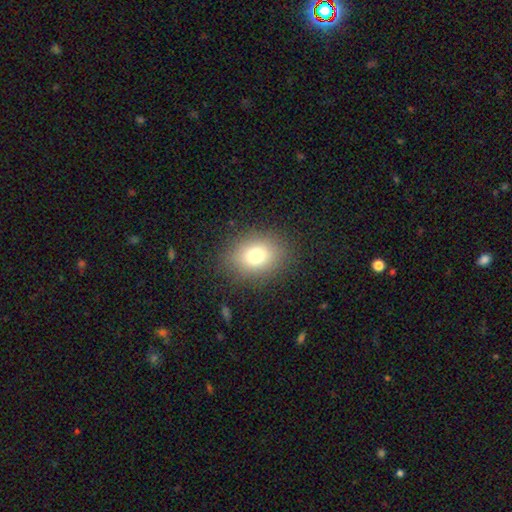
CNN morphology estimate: This appears to be a smooth galaxy with no disk features (78%) that is in between round and cigar-shaped (57%). Merging: none (85%).